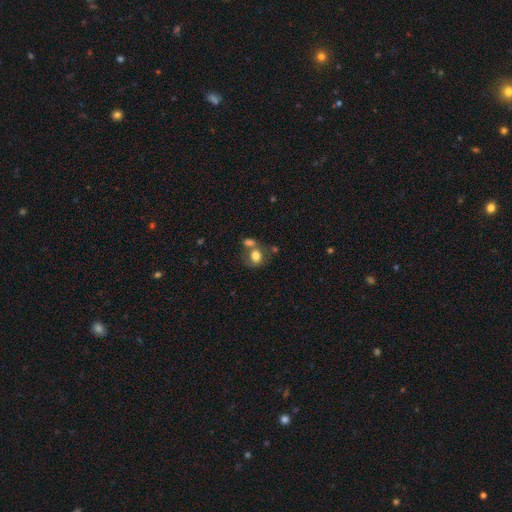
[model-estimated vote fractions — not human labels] This is likely a smooth galaxy (76%). How rounded: possibly in between (51%). Merging: marginally none (42%).